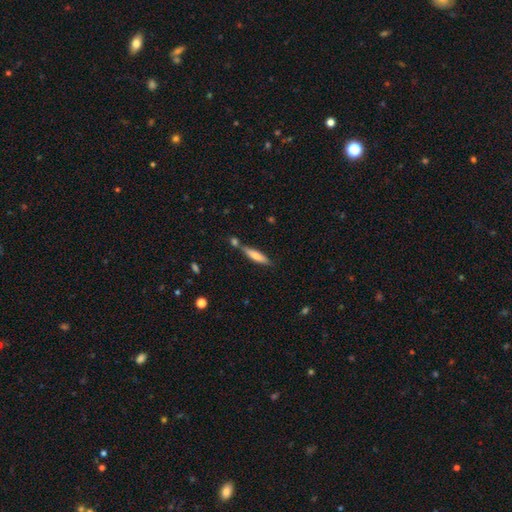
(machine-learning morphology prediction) smooth-or-featured: smooth: 67% | featured or disk: 26% | star or artifact: 7%
  how-rounded: cigar-shaped: 79% | in between: 19% | round: 1%
  merging: none: 65% | merger: 17% | minor disturbance: 14% | major disturbance: 3%